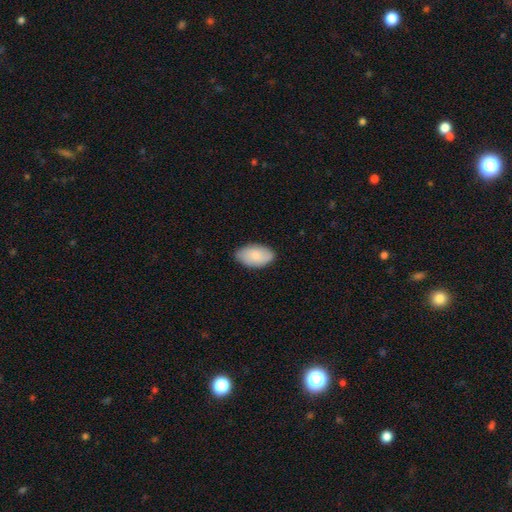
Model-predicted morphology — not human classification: Smooth or featured? Predicted: smooth (p=0.84). How rounded? Predicted: in between (p=0.94). Merging? Predicted: none (p=0.83).